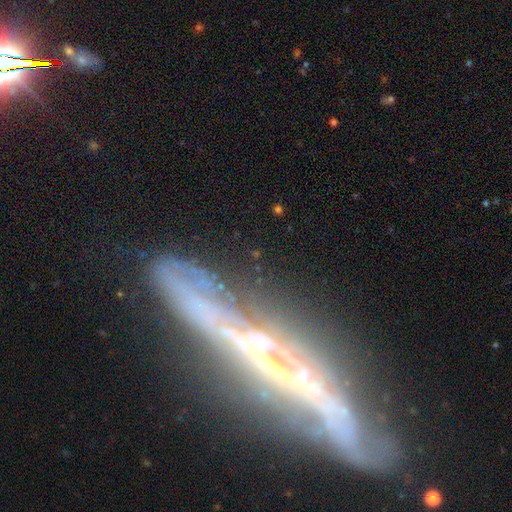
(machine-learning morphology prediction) Smooth or featured?
  - featured or disk: 71% *
  - star or artifact: 15%
  - smooth: 14%
Edge-on disk?
  - yes: 73% *
  - no: 27%
Edge-on bulge?
  - none: 52% *
  - rounded: 33%
  - boxy: 15%
Merging?
  - none: 64% *
  - minor disturbance: 18%
  - major disturbance: 12%
  - merger: 6%